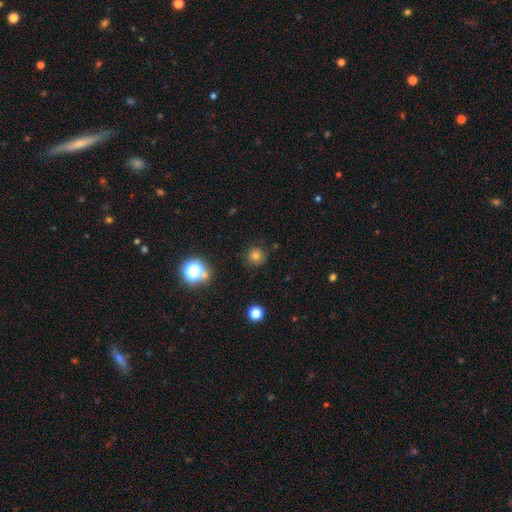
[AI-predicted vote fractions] smooth_or_featured: smooth (p=0.73) [alt: star or artifact p=0.20]
how_rounded: round (p=0.94) [alt: in between p=0.06]
merging: none (p=0.86) [alt: minor disturbance p=0.09]